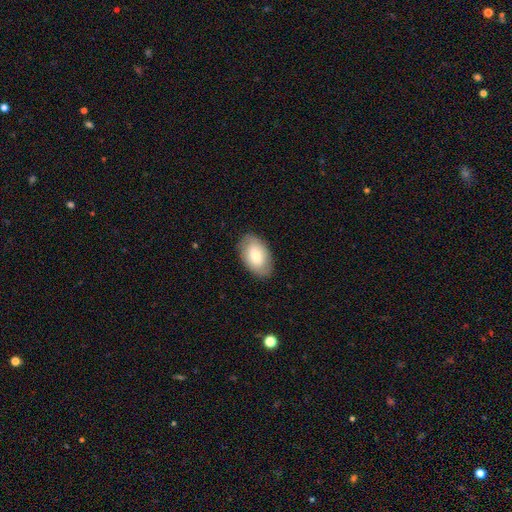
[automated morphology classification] smooth-or-featured: smooth: 74% | featured or disk: 20% | star or artifact: 6%
  how-rounded: in between: 93% | round: 6% | cigar-shaped: 1%
  merging: none: 85% | minor disturbance: 11% | major disturbance: 3% | merger: 1%